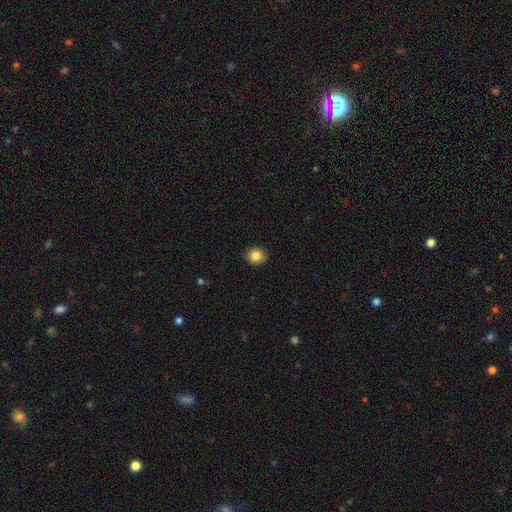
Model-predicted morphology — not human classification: Smooth or featured? smooth (84%)
How rounded? round (79%)
Merging? none (92%)